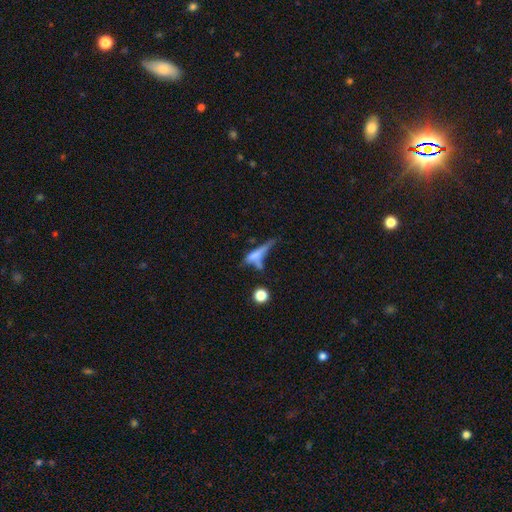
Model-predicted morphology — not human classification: smooth 54%, featured or disk 34%, star or artifact 12%. Down the decision tree: how rounded — cigar-shaped (71%); merging — none (35%).